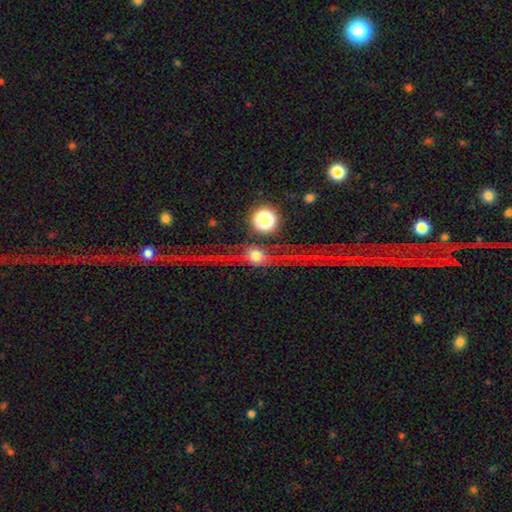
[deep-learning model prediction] The model was most divided on "smooth or featured": featured or disk: 53%, smooth: 27%, star or artifact: 20%. More confident: edge-on disk — yes (78%); merging — none (68%).